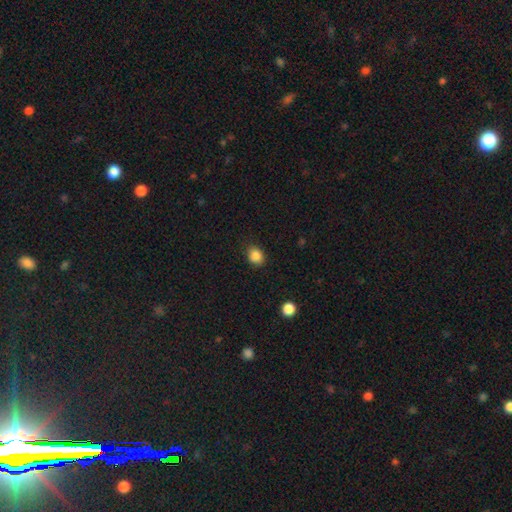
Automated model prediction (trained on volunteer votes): Smooth or featured? Predicted: smooth (p=0.86). How rounded? Predicted: round (p=0.55). Merging? Predicted: none (p=0.82).